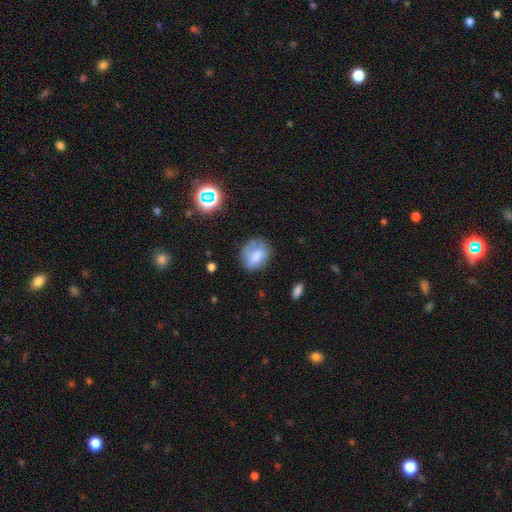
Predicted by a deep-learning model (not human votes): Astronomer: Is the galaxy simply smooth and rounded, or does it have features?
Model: smooth — 68%.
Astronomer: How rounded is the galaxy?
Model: in between — 53% (runner-up: round, 46%).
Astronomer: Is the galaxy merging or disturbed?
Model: none — 56%.